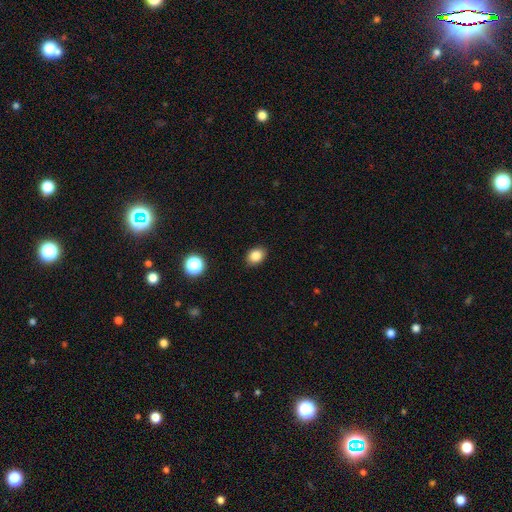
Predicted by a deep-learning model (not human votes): Smooth or featured: smooth — 85% (star or artifact — 11%)
How rounded: in between — 60% (round — 39%)
Merging: none — 88% (minor disturbance — 8%)